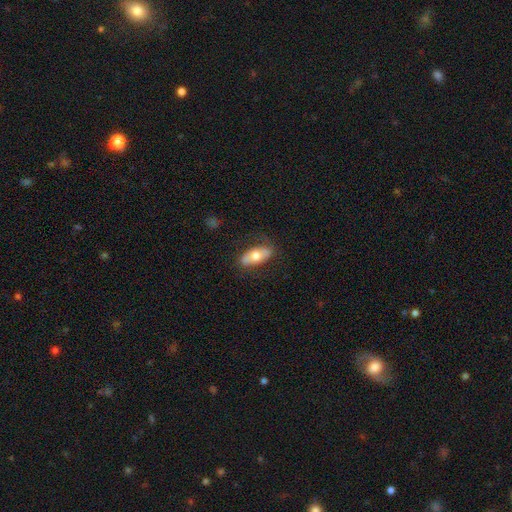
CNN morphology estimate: This appears to be a smooth galaxy with no disk features (62%) that is in between round and cigar-shaped (81%). Merging: none (75%).